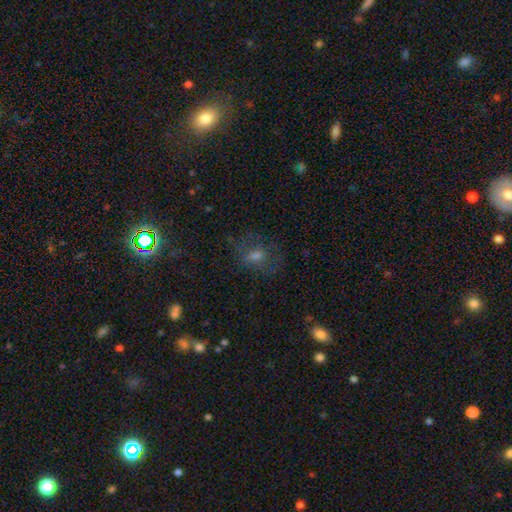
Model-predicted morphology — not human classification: smooth-or-featured: smooth: 41% | featured or disk: 31% | star or artifact: 28%
  merging: none: 65% | minor disturbance: 18% | major disturbance: 15% | merger: 2%